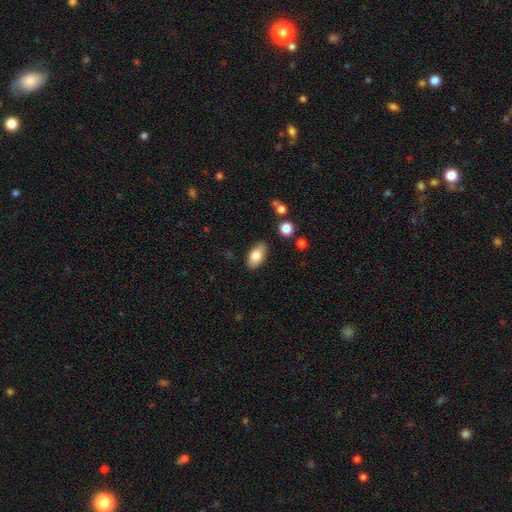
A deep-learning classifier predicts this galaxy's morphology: A smooth galaxy with no disk features (79%) that is in between round and cigar-shaped (91%).

Vote fractions:
- Smooth or featured? smooth: 79% / featured or disk: 14% / star or artifact: 7%
- How rounded? in between: 91% / cigar-shaped: 5% / round: 4%
- Merging? none: 83% / minor disturbance: 13% / major disturbance: 2% / merger: 2%